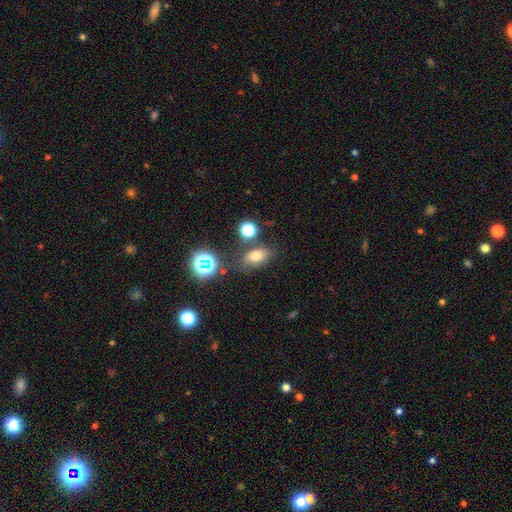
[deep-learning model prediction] smooth_or_featured: smooth (p=0.69) [alt: star or artifact p=0.19]
how_rounded: in between (p=0.79) [alt: round p=0.18]
merging: none (p=0.69) [alt: minor disturbance p=0.15]